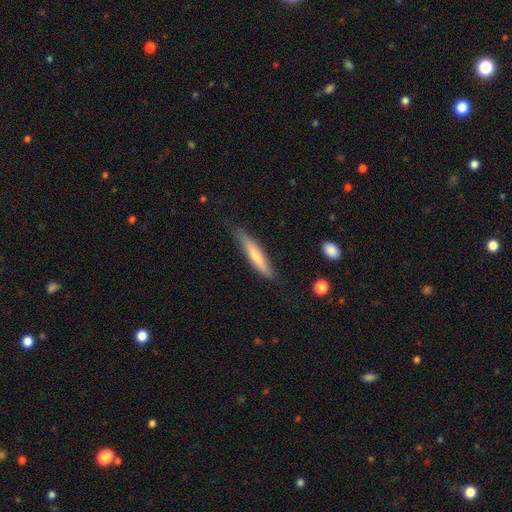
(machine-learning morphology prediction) smooth-or-featured: smooth: 59% | featured or disk: 36% | star or artifact: 6%
  how-rounded: cigar-shaped: 90% | in between: 9% | round: 1%
  merging: none: 76% | minor disturbance: 19% | major disturbance: 3% | merger: 2%